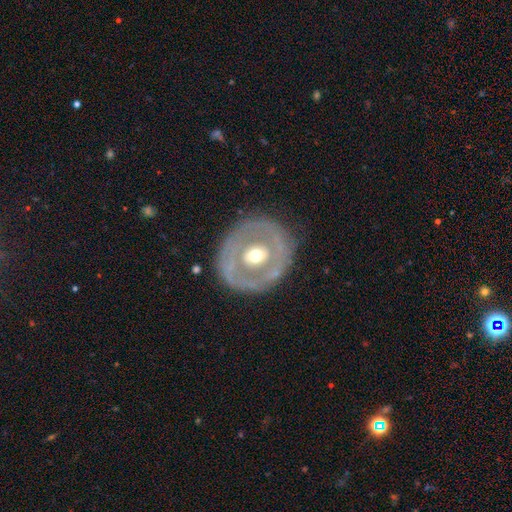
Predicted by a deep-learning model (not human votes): This is likely a featured or disk galaxy (66%). It is clearly not viewed edge-on (95%). Bar: likely no (69%). Spiral arm pattern: likely no (77%). Central bulge: likely moderate (73%). Merging: likely none (79%).